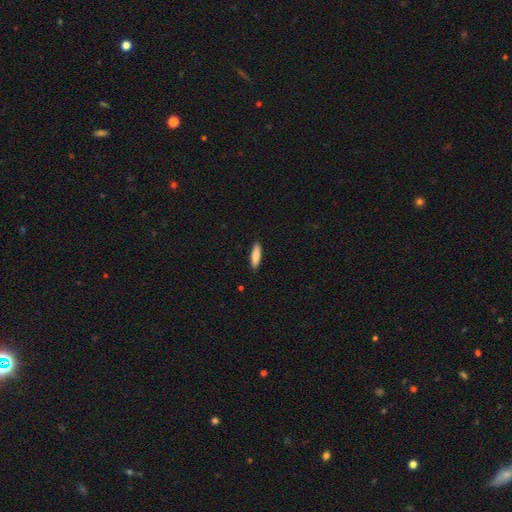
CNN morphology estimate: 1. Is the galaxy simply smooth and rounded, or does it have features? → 83% smooth, 11% featured or disk, 6% star or artifact.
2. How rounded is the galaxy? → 59% cigar-shaped, 39% in between, 2% round.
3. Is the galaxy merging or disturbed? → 90% none, 8% minor disturbance, 2% major disturbance, 1% merger.